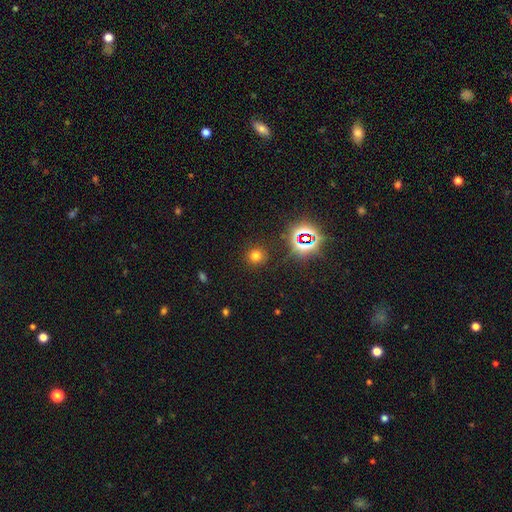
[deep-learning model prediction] smooth-or-featured: smooth: 68% | star or artifact: 25% | featured or disk: 7%
  how-rounded: round: 90% | in between: 9% | cigar-shaped: 1%
  merging: none: 88% | minor disturbance: 7% | major disturbance: 3% | merger: 2%